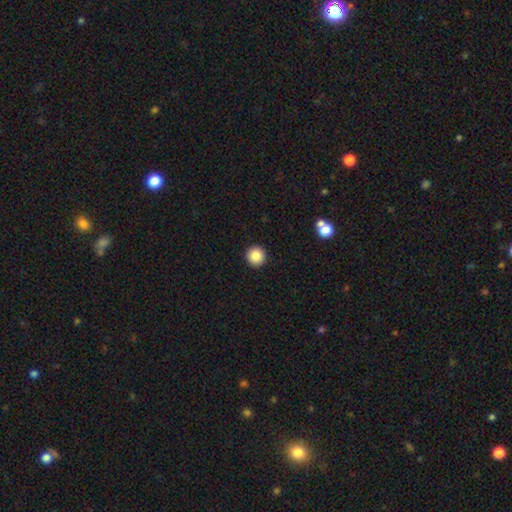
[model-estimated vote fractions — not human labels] The model was most divided on "smooth or featured": smooth: 85%, star or artifact: 9%, featured or disk: 5%. More confident: how rounded — round (95%); merging — none (93%).